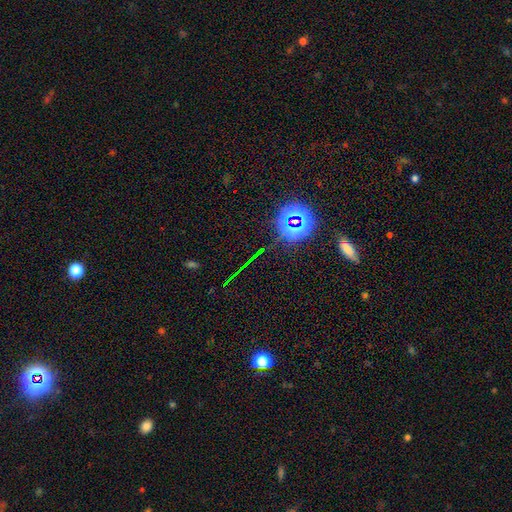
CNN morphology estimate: Q: Smooth or featured?
A: star or artifact (78%); runner-up: smooth (11%)